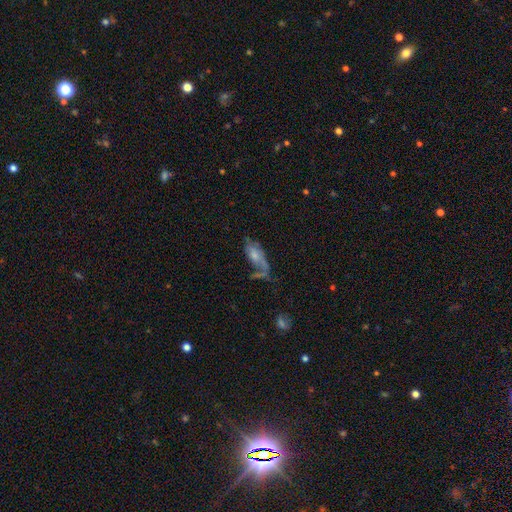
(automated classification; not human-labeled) Smooth or featured: smooth — 51% (featured or disk — 40%)
How rounded: in between — 82% (cigar-shaped — 15%)
Merging: major disturbance — 32% (none — 29%)